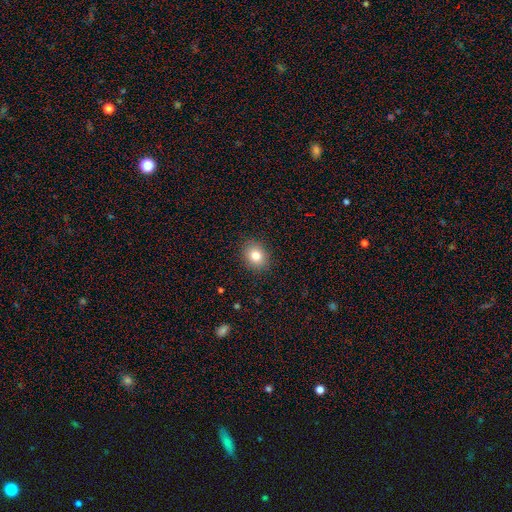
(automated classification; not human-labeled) This appears to be a smooth galaxy with no disk features (81%) that is round (56%). Merging: none (89%).